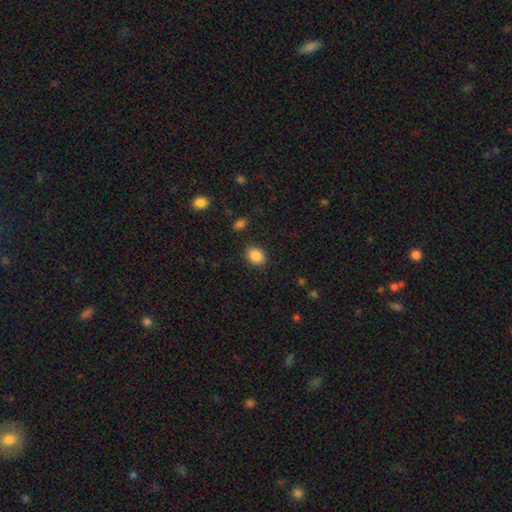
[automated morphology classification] A smooth galaxy with no disk features (86%) that is in between round and cigar-shaped (58%). Merging: none (86%).